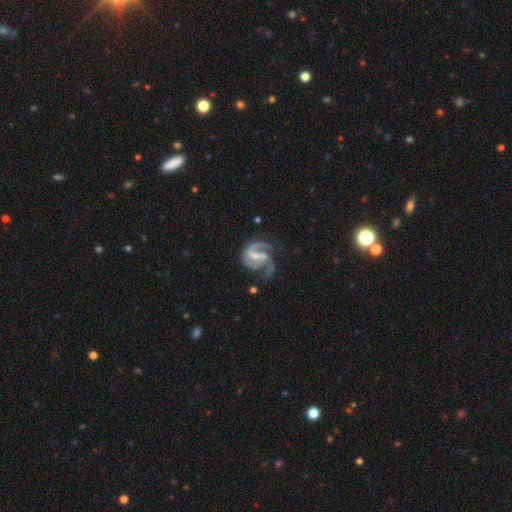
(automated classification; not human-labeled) Smooth or featured?
  - featured or disk: 90% *
  - star or artifact: 5%
  - smooth: 5%
Edge-on disk?
  - no: 98% *
  - yes: 2%
Bar?
  - weak: 47% *
  - strong: 29%
  - no: 24%
Spiral arms?
  - yes: 97% *
  - no: 3%
Spiral winding?
  - medium: 55% *
  - loose: 28%
  - tight: 17%
Spiral arm count?
  - 2: 51% *
  - 3: 29%
  - can't tell: 7%
  - 1: 6%
  - 4: 4%
  - more than 4: 3%
Bulge size?
  - small: 56% *
  - moderate: 35%
  - none: 6%
  - large: 2%
  - dominant: 1%
Merging?
  - none: 45% *
  - major disturbance: 27%
  - minor disturbance: 20%
  - merger: 8%